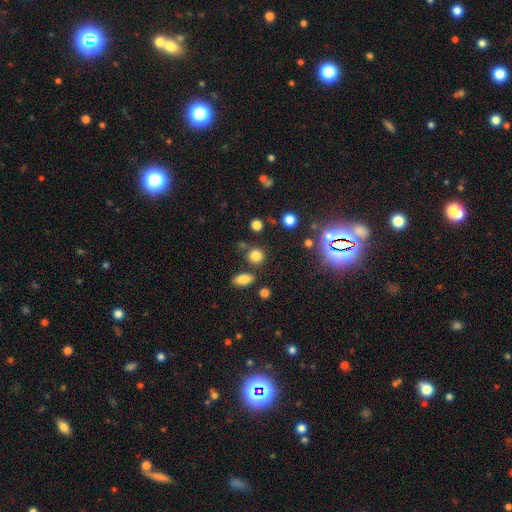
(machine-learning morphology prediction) This is likely a smooth galaxy (78%). How rounded: clearly round (84%). Merging: likely none (77%).